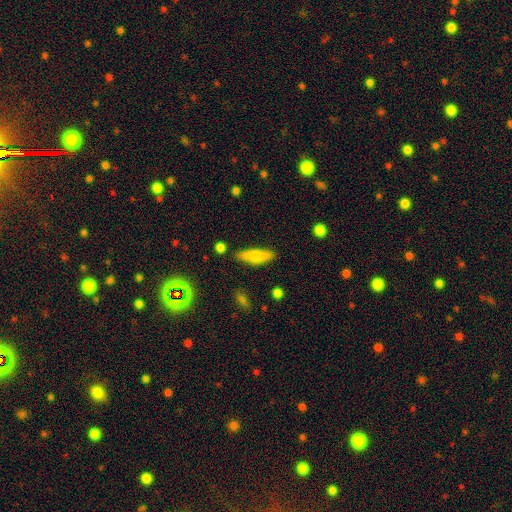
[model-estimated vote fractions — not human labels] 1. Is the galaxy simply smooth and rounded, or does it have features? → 70% smooth, 23% featured or disk, 7% star or artifact.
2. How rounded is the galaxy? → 64% cigar-shaped, 34% in between, 2% round.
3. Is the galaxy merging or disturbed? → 82% none, 12% minor disturbance, 3% major disturbance, 3% merger.